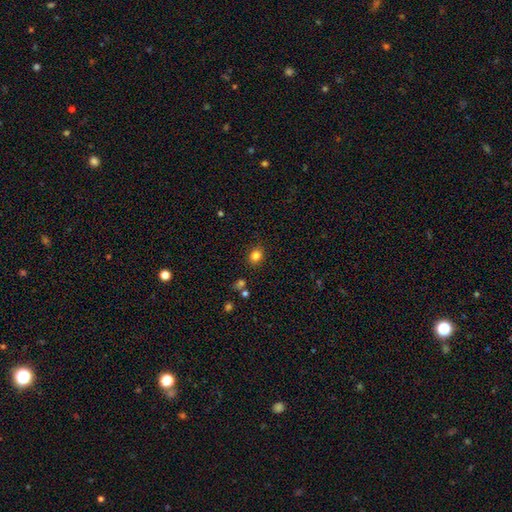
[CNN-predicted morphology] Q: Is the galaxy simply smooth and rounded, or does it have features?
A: smooth — 82%.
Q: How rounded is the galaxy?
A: round — 63%.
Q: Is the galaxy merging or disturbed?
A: none — 86%.